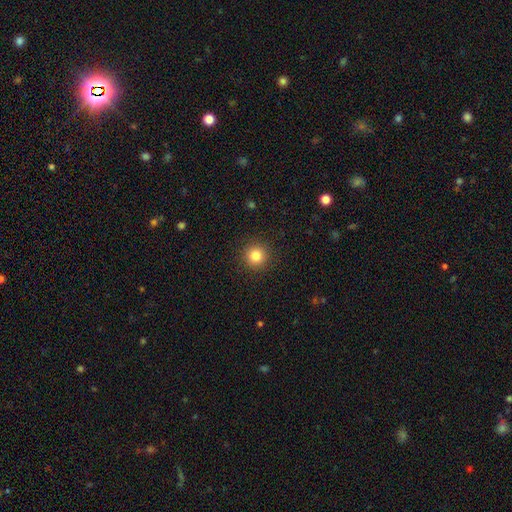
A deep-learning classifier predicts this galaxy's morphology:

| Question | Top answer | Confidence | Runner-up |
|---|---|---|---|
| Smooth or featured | smooth | 83% | star or artifact (11%) |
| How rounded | round | 95% | in between (4%) |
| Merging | none | 92% | minor disturbance (5%) |